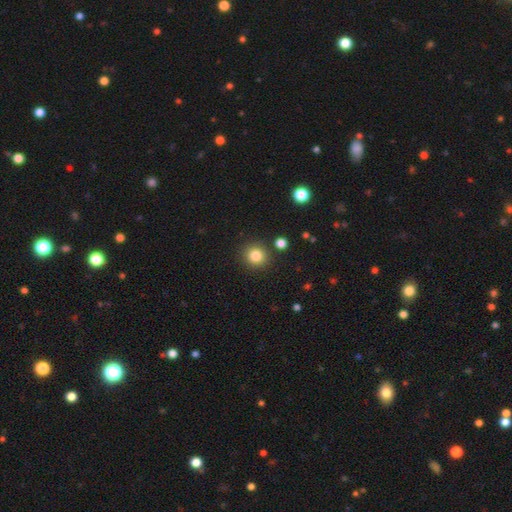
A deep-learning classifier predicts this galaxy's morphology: This appears to be a smooth galaxy with no disk features (84%) that is round (91%). Merging: none (87%).